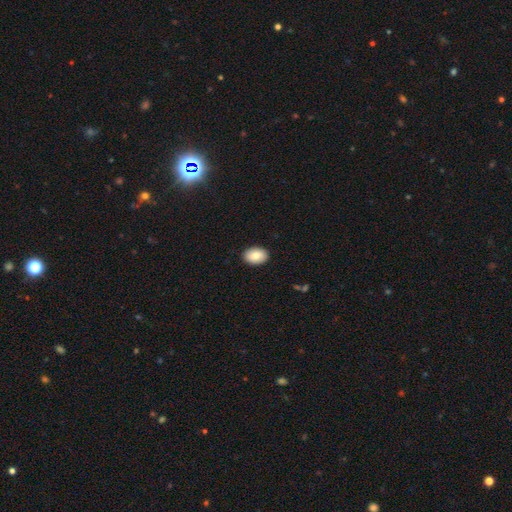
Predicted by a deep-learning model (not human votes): This appears to be a smooth galaxy with no disk features (84%) that is in between round and cigar-shaped (84%). Merging: none (90%).